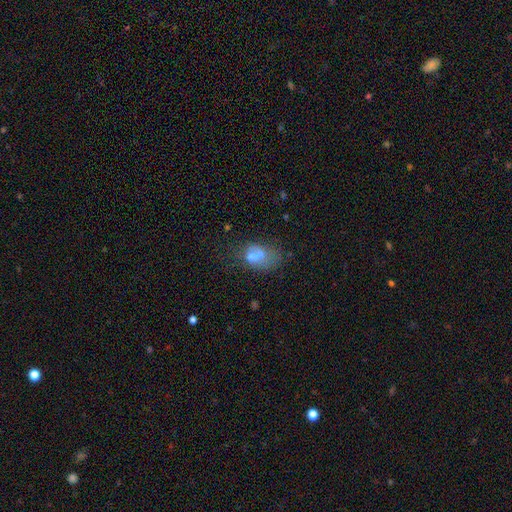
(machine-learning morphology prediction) smooth-or-featured: smooth: 56% | featured or disk: 30% | star or artifact: 14%
  how-rounded: in between: 75% | round: 23% | cigar-shaped: 2%
  merging: merger: 29% | none: 28% | major disturbance: 24% | minor disturbance: 20%